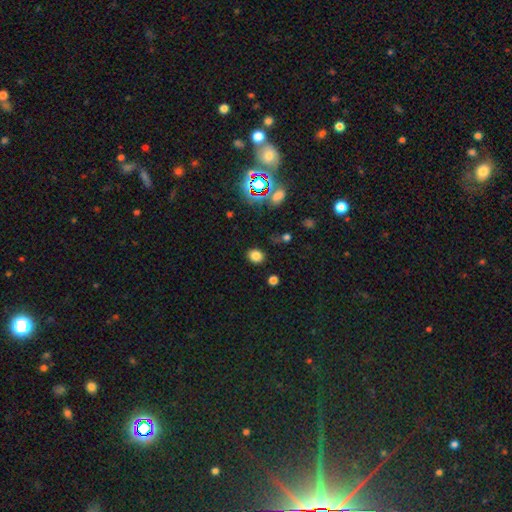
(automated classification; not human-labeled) Smooth or featured: smooth — 77% (star or artifact — 17%)
How rounded: round — 58% (in between — 41%)
Merging: none — 84% (minor disturbance — 10%)